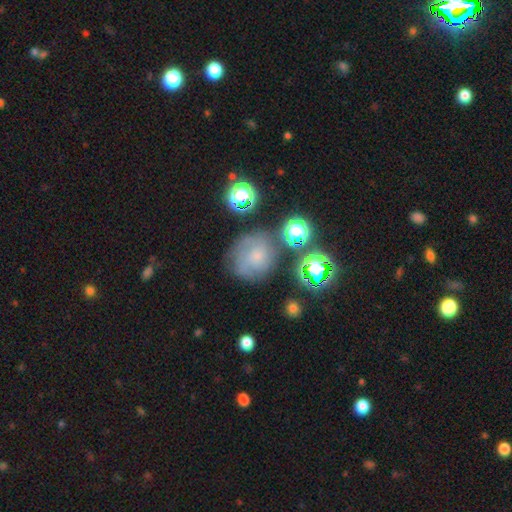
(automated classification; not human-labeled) Morphology: type=smooth (45%); merging=none (62%).